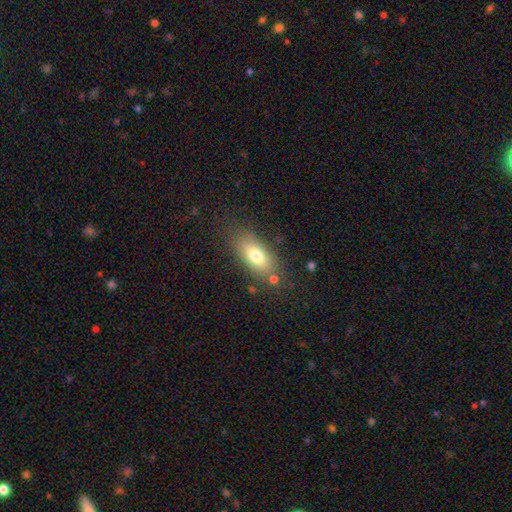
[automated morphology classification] Smooth or featured? smooth (75%)
How rounded? in between (85%)
Merging? none (77%)